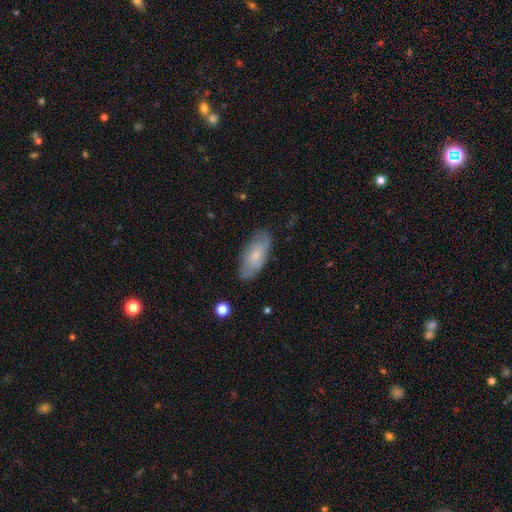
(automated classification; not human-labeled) Overall: smooth (53%; featured or disk 40%). How rounded: in between (86%). Merging: none (75%).